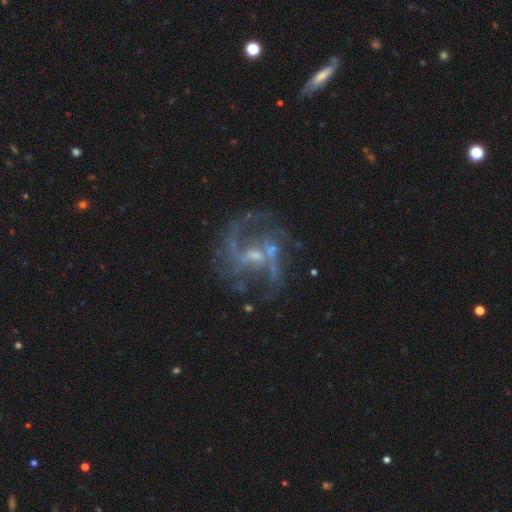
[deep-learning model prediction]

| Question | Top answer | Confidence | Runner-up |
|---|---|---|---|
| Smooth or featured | featured or disk | 87% | star or artifact (8%) |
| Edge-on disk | no | 98% | yes (2%) |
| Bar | weak | 54% | no (27%) |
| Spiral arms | yes | 93% | no (7%) |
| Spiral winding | medium | 48% | loose (40%) |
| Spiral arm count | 2 | 73% | can't tell (9%) |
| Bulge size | small | 54% | moderate (31%) |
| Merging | none | 62% | minor disturbance (16%) |